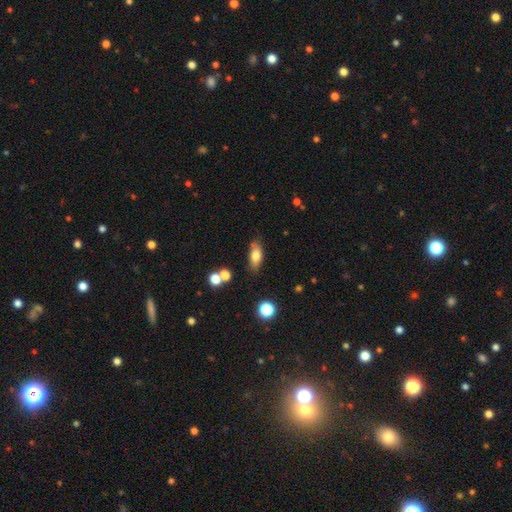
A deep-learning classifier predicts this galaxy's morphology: smooth_or_featured: smooth (p=0.72) [alt: featured or disk p=0.19]
how_rounded: in between (p=0.77) [alt: cigar-shaped p=0.18]
merging: none (p=0.74) [alt: minor disturbance p=0.16]